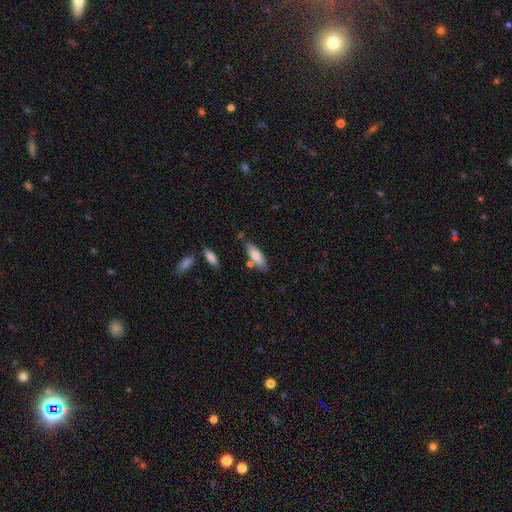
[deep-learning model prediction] This is likely a smooth galaxy (77%). How rounded: possibly in between (54%). Merging: likely none (72%).